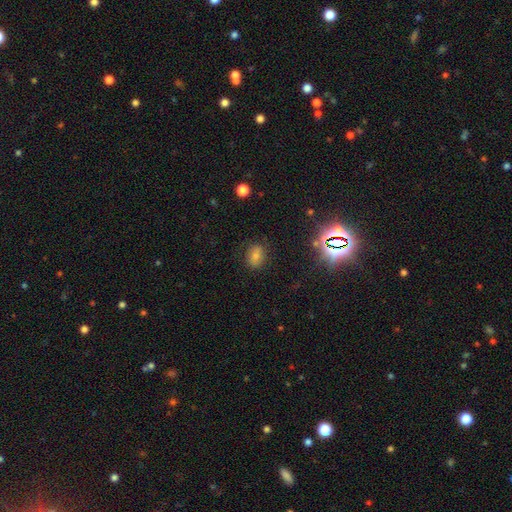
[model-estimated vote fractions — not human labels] A smooth galaxy with no disk features (69%) that is in between round and cigar-shaped (69%). Merging: none (81%).